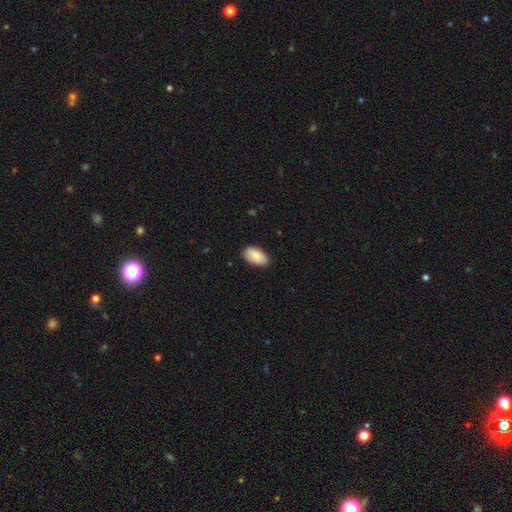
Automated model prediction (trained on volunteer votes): Morphology: type=smooth (87%); roundness=in between (95%); merging=none (81%).